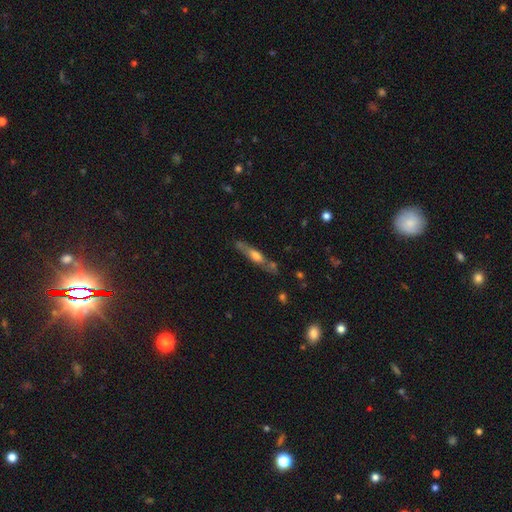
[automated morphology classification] type=featured or disk (49%); merging=none (65%).